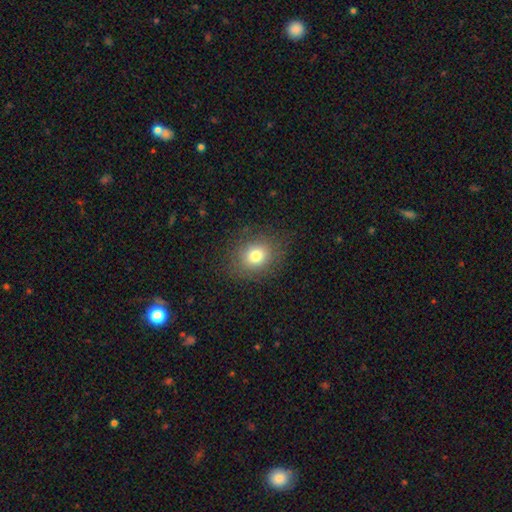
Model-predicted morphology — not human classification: type=smooth (77%); roundness=round (66%); merging=none (84%).